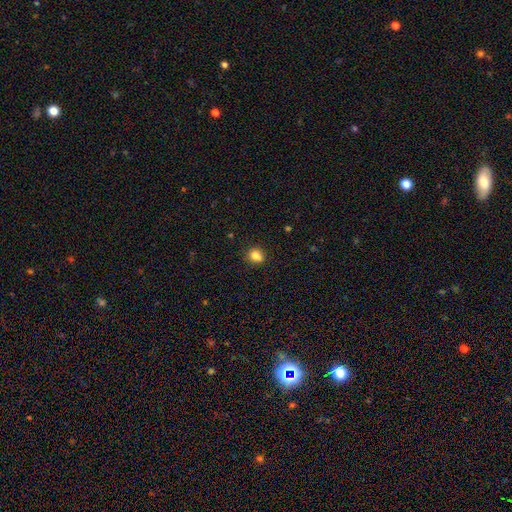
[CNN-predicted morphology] smooth_or_featured: smooth (p=0.83) [alt: star or artifact p=0.11]
how_rounded: round (p=0.62) [alt: in between p=0.37]
merging: none (p=0.81) [alt: minor disturbance p=0.14]